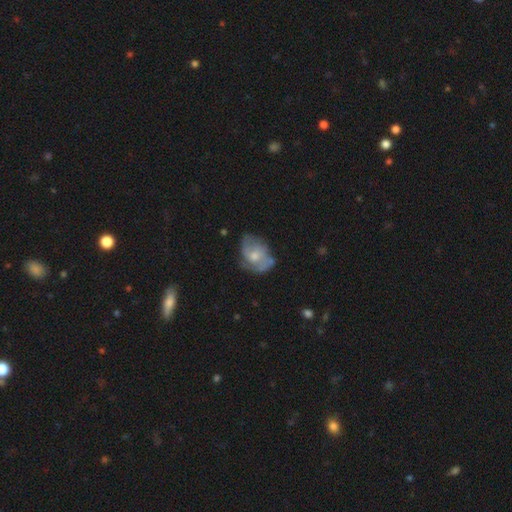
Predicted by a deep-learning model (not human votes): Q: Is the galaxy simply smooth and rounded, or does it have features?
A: featured or disk — 57%.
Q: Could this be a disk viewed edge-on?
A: no — 97%.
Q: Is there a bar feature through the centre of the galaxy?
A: no — 76%.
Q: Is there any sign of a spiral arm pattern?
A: yes — 65%.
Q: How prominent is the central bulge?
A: moderate — 55%.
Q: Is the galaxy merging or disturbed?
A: none — 49%.